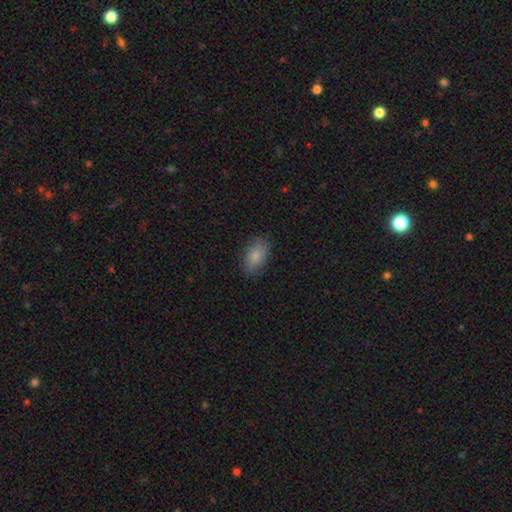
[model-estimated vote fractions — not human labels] A smooth galaxy with no disk features (82%) that is in between round and cigar-shaped (91%). Merging: none (81%).